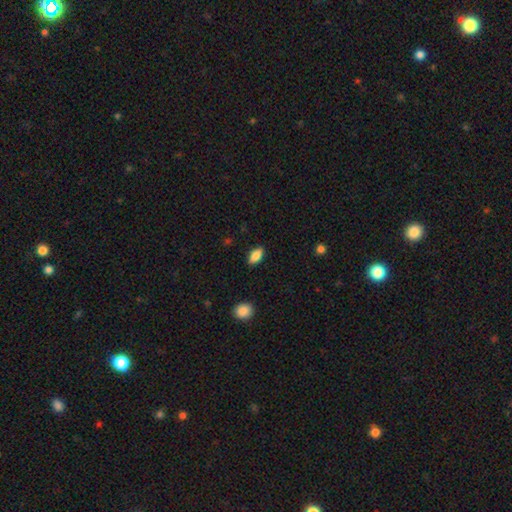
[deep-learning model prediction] Smooth or featured? Predicted: smooth (p=0.85). How rounded? Predicted: in between (p=0.90). Merging? Predicted: none (p=0.88).